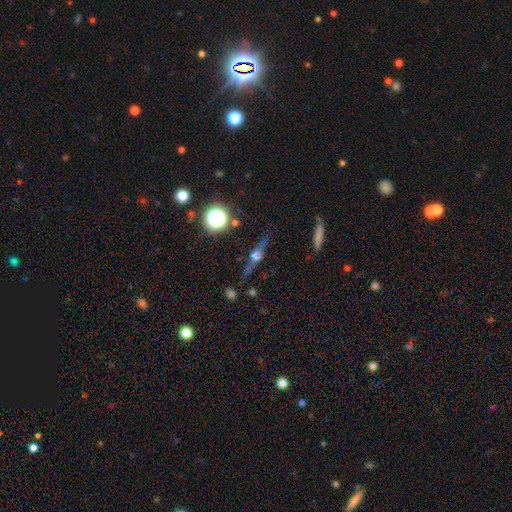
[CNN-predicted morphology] type=featured or disk (60%); edge-on=yes (89%); edge-on bulge=rounded (92%); merging=none (77%).